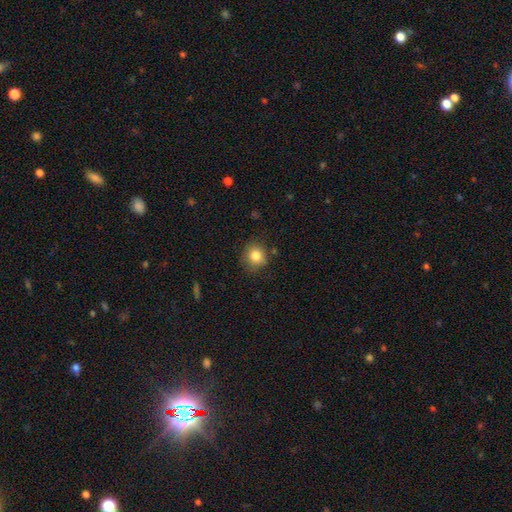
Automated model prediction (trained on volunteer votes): The model was most divided on "merging": none: 80%, minor disturbance: 15%, major disturbance: 3%, merger: 2%. More confident: smooth or featured — smooth (83%); how rounded — round (82%).